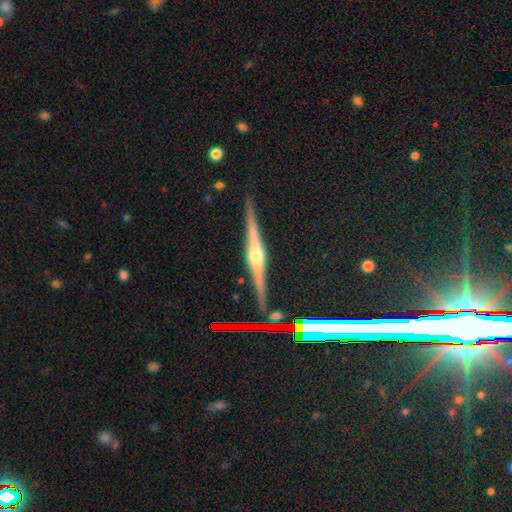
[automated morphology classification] A featured or disk galaxy (81%) viewed edge-on (98%) with a rounded central bulge (87%). Merging: none (90%).